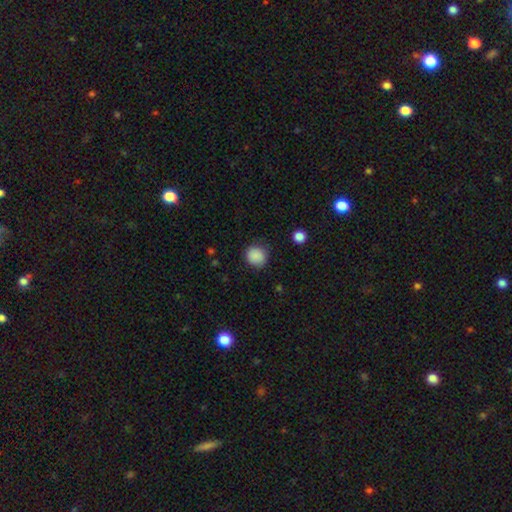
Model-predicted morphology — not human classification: type=smooth (87%); roundness=round (87%); merging=none (82%).